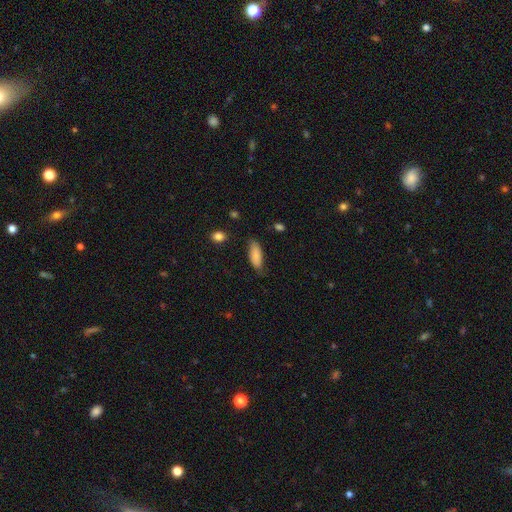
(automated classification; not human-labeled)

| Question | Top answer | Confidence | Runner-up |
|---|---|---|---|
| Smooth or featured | smooth | 85% | featured or disk (8%) |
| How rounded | in between | 74% | cigar-shaped (24%) |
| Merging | none | 73% | minor disturbance (21%) |